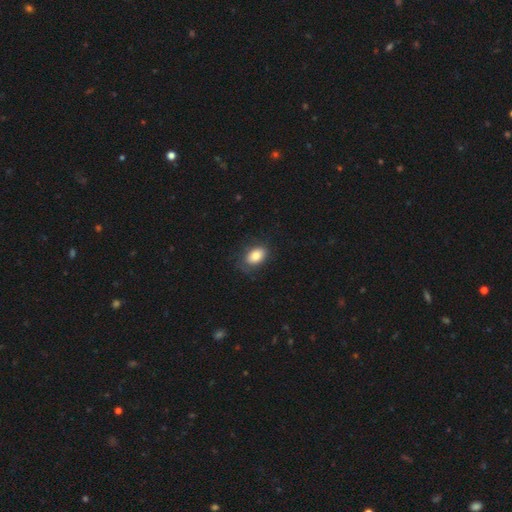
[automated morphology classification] This is clearly a smooth galaxy (81%). How rounded: clearly in between (85%). Merging: likely none (75%).